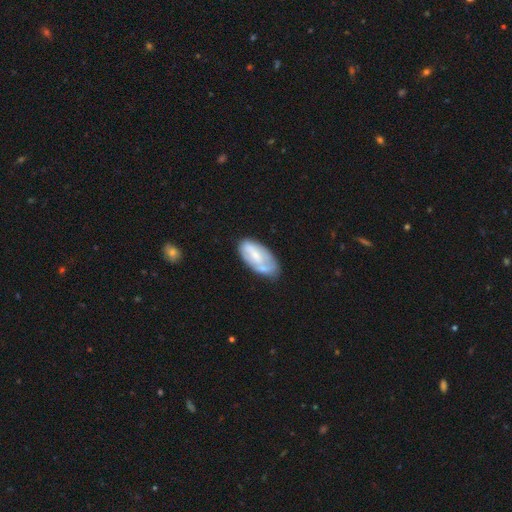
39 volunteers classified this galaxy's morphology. A smooth galaxy with no disk features (51%) that is in between round and cigar-shaped (90%).

Vote fractions:
- Smooth or featured? smooth: 51% / featured or disk: 49% / star or artifact: 0%
- How rounded? in between: 90% / round: 5% / cigar-shaped: 5%
- Merging? none: 56% / minor disturbance: 21% / major disturbance: 15% / merger: 8%